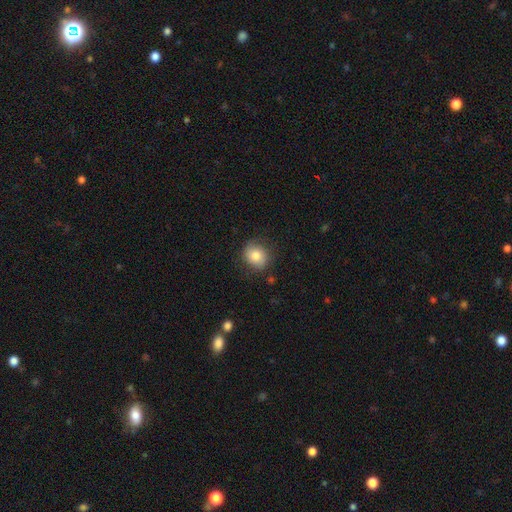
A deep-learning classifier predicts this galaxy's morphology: type=smooth (75%); roundness=round (74%); merging=none (78%).